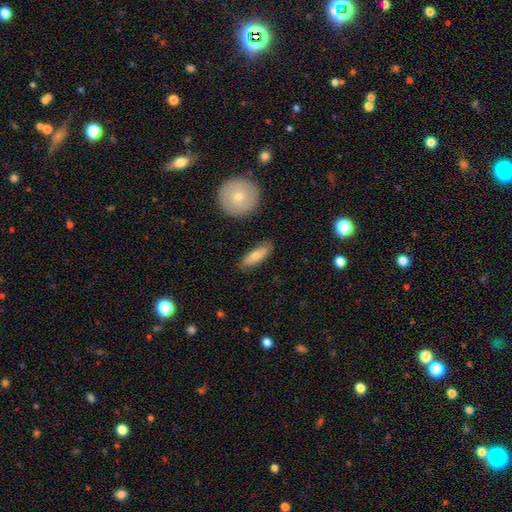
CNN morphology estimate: A smooth galaxy with no disk features (70%) that is in between round and cigar-shaped (54%).

Vote fractions:
- Smooth or featured? smooth: 70% / featured or disk: 25% / star or artifact: 6%
- How rounded? in between: 54% / cigar-shaped: 43% / round: 3%
- Merging? none: 83% / minor disturbance: 12% / merger: 3% / major disturbance: 2%